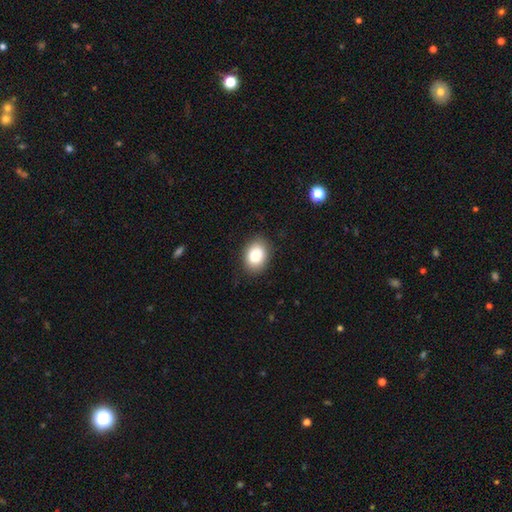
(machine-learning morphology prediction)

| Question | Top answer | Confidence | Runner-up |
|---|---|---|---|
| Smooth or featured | smooth | 85% | star or artifact (8%) |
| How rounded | in between | 73% | round (26%) |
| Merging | none | 86% | minor disturbance (10%) |